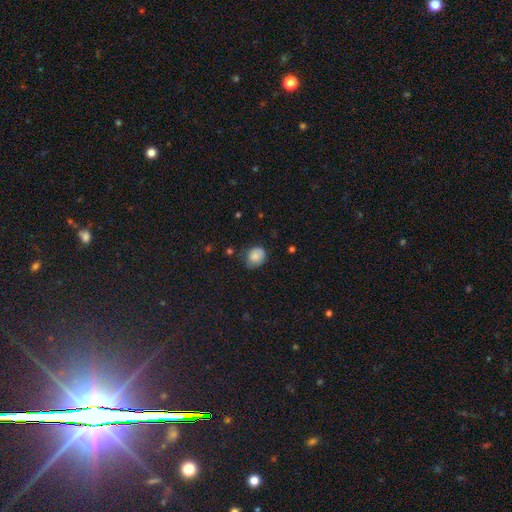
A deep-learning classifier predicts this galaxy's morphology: The model was most divided on "how rounded": round: 60%, in between: 39%, cigar-shaped: 1%. More confident: smooth or featured — smooth (81%); merging — none (60%).